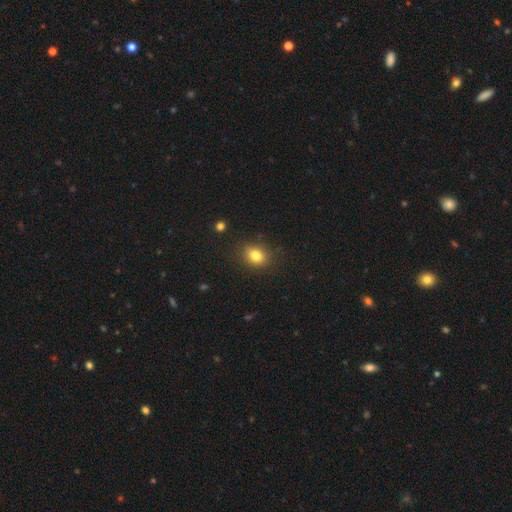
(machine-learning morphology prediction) Overall: smooth (81%). How rounded: in between (55%; round 44%). Merging: none (85%).